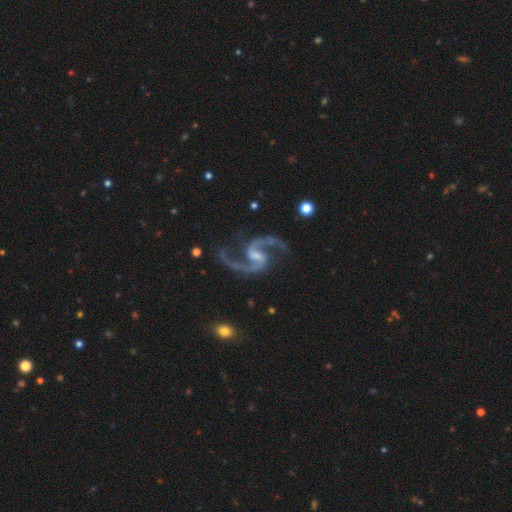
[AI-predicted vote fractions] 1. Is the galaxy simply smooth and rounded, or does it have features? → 95% featured or disk, 4% star or artifact, 2% smooth.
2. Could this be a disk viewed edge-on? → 98% no, 2% yes.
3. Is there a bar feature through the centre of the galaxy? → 55% weak, 23% strong, 22% no.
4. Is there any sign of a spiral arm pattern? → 99% yes, 1% no.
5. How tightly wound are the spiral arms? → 53% medium, 40% loose, 7% tight.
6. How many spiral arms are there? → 95% 2, 1% 3, 1% can't tell, 1% 1, 1% 4, 1% more than 4.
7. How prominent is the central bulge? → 45% small, 28% moderate, 22% none, 4% large, 1% dominant.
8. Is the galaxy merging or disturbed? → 77% none, 14% minor disturbance, 7% major disturbance, 2% merger.